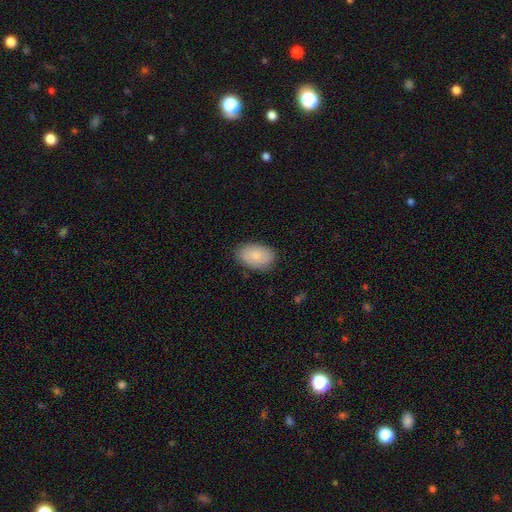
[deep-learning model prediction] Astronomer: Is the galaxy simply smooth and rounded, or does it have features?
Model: smooth — 81%.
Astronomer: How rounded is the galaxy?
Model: in between — 90%.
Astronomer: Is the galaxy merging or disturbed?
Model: none — 83%.